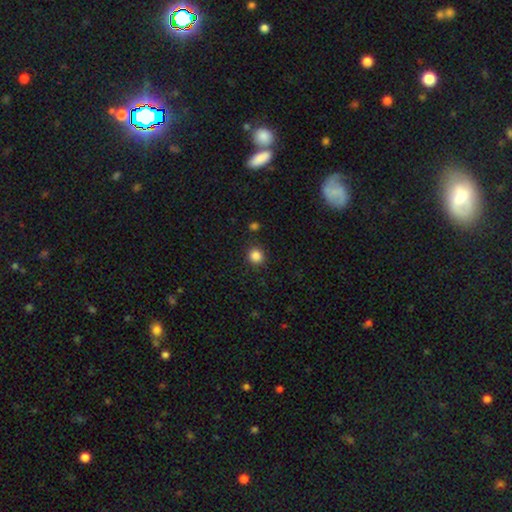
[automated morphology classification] A smooth galaxy with no disk features (85%) that is round (90%). Merging: none (89%).